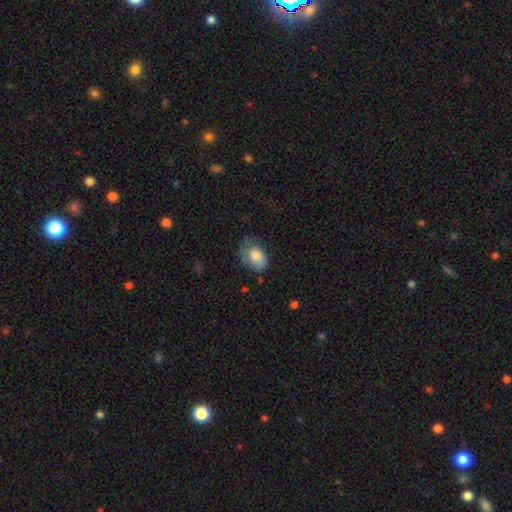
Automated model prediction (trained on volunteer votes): smooth-or-featured: smooth: 76% | featured or disk: 17% | star or artifact: 7%
  how-rounded: in between: 80% | round: 19% | cigar-shaped: 1%
  merging: none: 46% | minor disturbance: 32% | major disturbance: 20% | merger: 2%